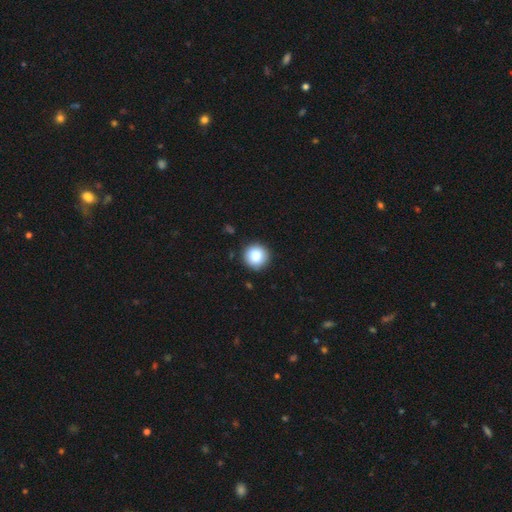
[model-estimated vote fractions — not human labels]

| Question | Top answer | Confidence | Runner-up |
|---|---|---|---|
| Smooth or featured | smooth | 85% | star or artifact (9%) |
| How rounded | round | 95% | in between (4%) |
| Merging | none | 91% | minor disturbance (6%) |